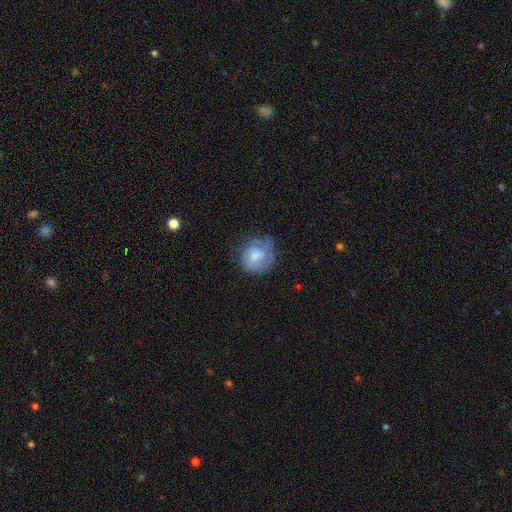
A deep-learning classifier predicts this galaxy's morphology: Smooth or featured: smooth — 57% (featured or disk — 35%)
How rounded: round — 74% (in between — 25%)
Merging: none — 49% (minor disturbance — 30%)